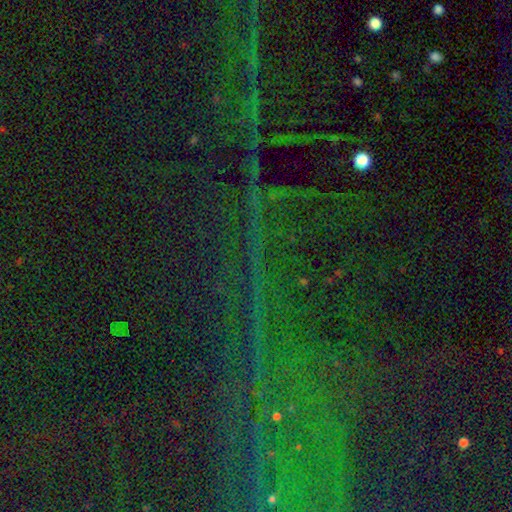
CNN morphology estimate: A star or artifact, not a galaxy (84%).

Vote fractions:
- Smooth or featured? star or artifact: 84% / featured or disk: 9% / smooth: 7%